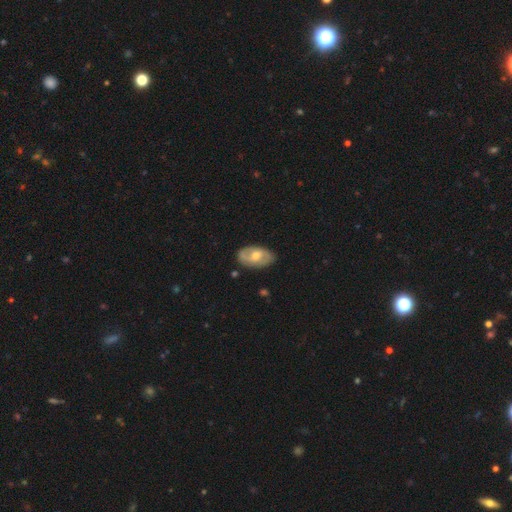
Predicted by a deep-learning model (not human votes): A featured or disk galaxy (62%) with no bar (47%), spiral arms (68%) and a moderate central bulge (69%).

Vote fractions:
- Smooth or featured? featured or disk: 62% / smooth: 33% / star or artifact: 5%
- Edge-on disk? no: 93% / yes: 7%
- Bar? no: 47% / weak: 42% / strong: 11%
- Spiral arms? yes: 68% / no: 32%
- Bulge size? moderate: 69% / small: 22% / large: 6% / none: 2% / dominant: 1%
- Merging? none: 81% / minor disturbance: 15% / major disturbance: 3% / merger: 1%